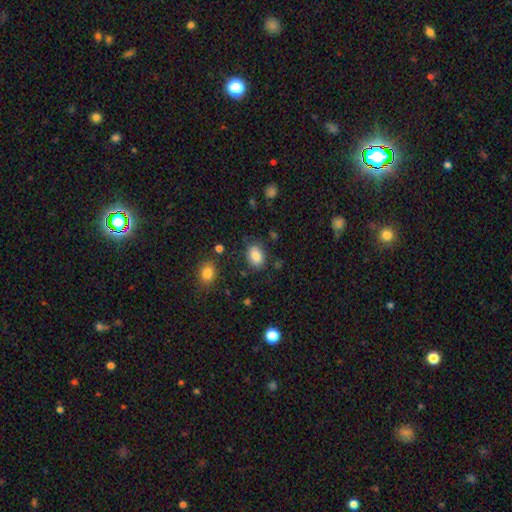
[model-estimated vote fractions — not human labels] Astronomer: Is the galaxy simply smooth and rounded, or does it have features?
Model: smooth — 83%.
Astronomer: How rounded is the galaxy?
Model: in between — 74%.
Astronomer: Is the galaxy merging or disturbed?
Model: none — 78%.